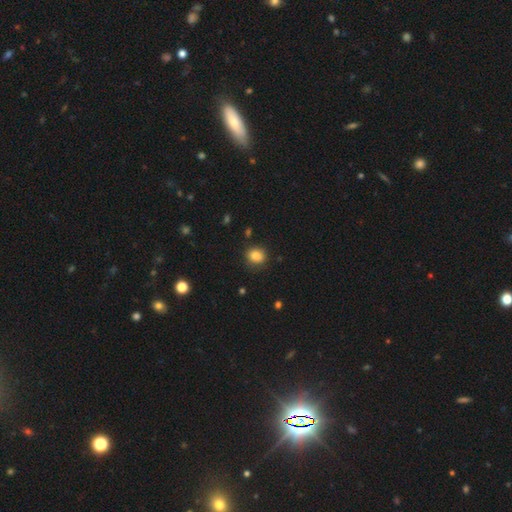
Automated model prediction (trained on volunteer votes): The model was most divided on "how rounded": round: 70%, in between: 29%, cigar-shaped: 1%. More confident: merging — none (85%); smooth or featured — smooth (84%).